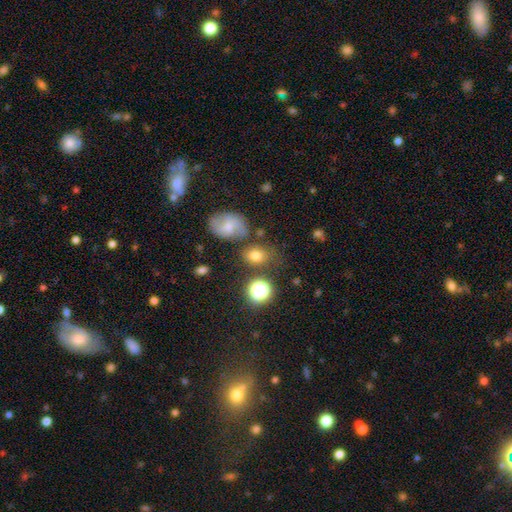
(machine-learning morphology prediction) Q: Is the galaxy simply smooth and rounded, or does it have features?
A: smooth — 75%.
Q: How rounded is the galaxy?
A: in between — 56%.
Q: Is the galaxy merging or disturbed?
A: none — 66%.